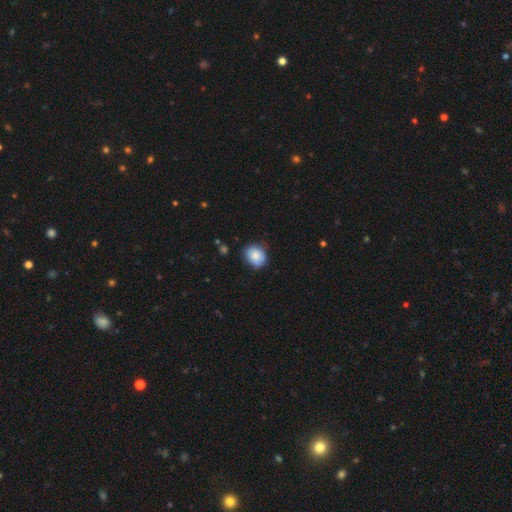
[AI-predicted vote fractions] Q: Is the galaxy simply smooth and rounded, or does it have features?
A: smooth — 83%.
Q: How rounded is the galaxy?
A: round — 57%.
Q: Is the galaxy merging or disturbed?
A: none — 67%.